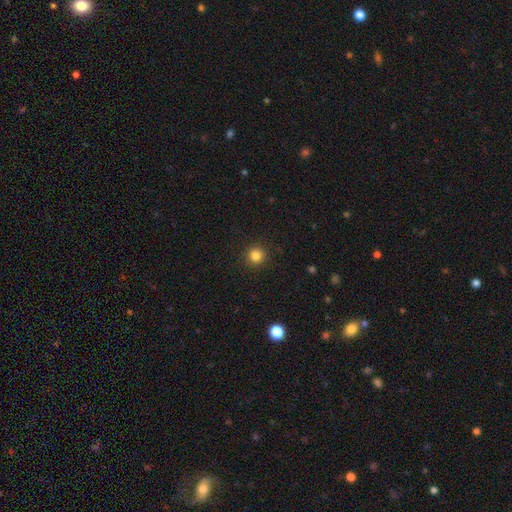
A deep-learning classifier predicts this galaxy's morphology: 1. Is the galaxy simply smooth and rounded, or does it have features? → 83% smooth, 12% star or artifact, 4% featured or disk.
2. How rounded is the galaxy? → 95% round, 4% in between, 1% cigar-shaped.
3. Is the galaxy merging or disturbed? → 92% none, 5% minor disturbance, 2% major disturbance, 1% merger.